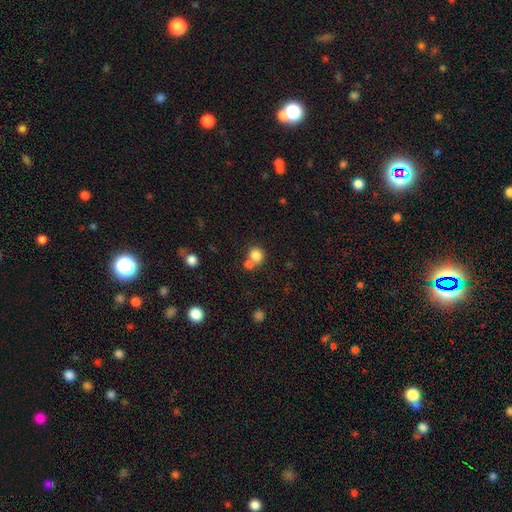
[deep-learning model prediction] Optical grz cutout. It shows a smooth galaxy with no disk features (82%) that is round (84%). Merging: none (52%).